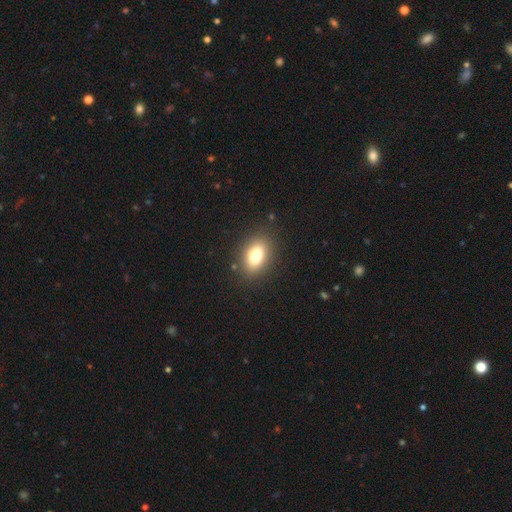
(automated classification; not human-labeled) Smooth or featured? smooth (75%)
How rounded? in between (79%)
Merging? none (80%)